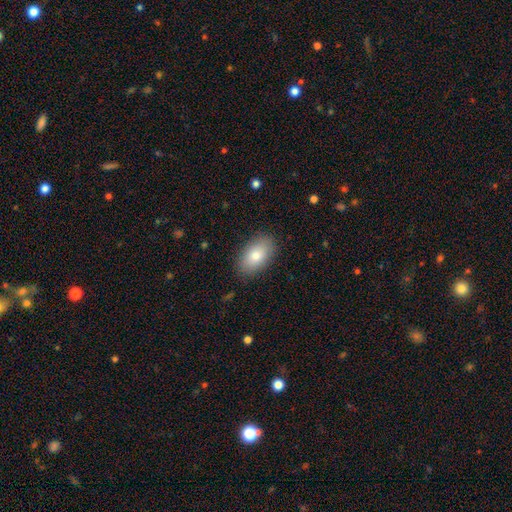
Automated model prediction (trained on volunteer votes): smooth 80%, featured or disk 13%, star or artifact 7%. Down the decision tree: how rounded — in between (93%); merging — none (87%).